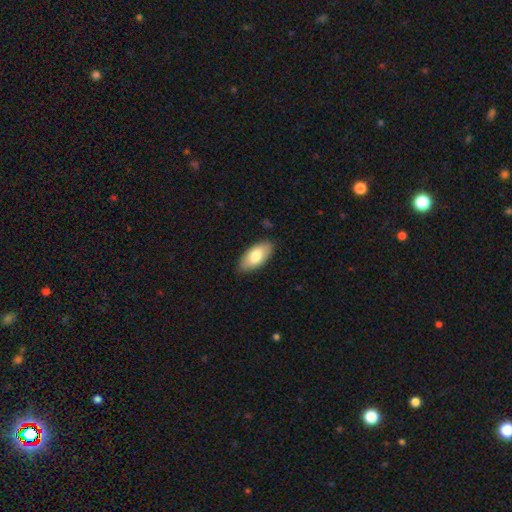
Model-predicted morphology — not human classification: A smooth galaxy with no disk features (79%) that is in between round and cigar-shaped (92%).

Vote fractions:
- Smooth or featured? smooth: 79% / featured or disk: 16% / star or artifact: 6%
- How rounded? in between: 92% / cigar-shaped: 6% / round: 2%
- Merging? none: 85% / minor disturbance: 12% / major disturbance: 2% / merger: 1%